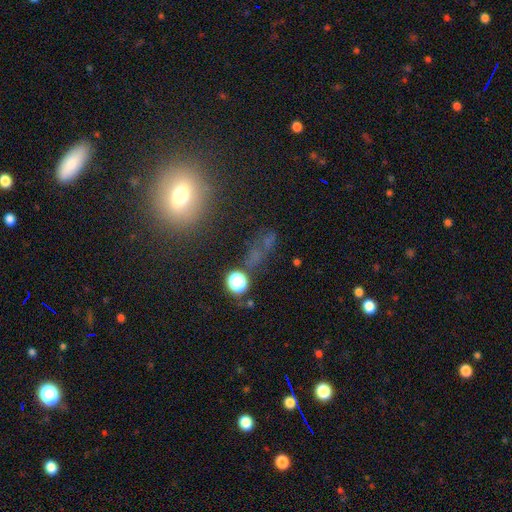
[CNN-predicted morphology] Smooth or featured?
  - smooth: 44% *
  - star or artifact: 38%
  - featured or disk: 18%
Merging?
  - none: 66% *
  - minor disturbance: 14%
  - major disturbance: 11%
  - merger: 10%